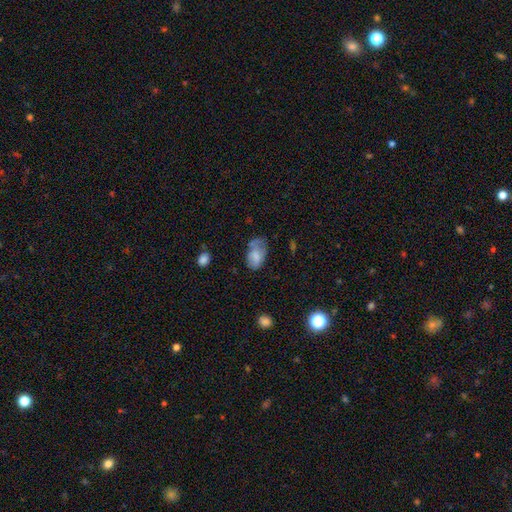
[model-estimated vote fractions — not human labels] A smooth galaxy with no disk features (69%) that is in between round and cigar-shaped (91%).

Vote fractions:
- Smooth or featured? smooth: 69% / featured or disk: 23% / star or artifact: 9%
- How rounded? in between: 91% / round: 7% / cigar-shaped: 2%
- Merging? none: 42% / minor disturbance: 34% / major disturbance: 20% / merger: 4%